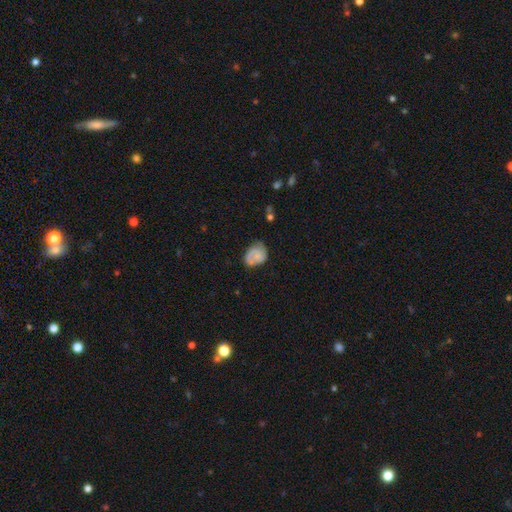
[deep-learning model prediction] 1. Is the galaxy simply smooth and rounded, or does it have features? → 50% featured or disk, 43% smooth, 8% star or artifact.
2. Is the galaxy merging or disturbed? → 57% none, 30% minor disturbance, 11% major disturbance, 2% merger.